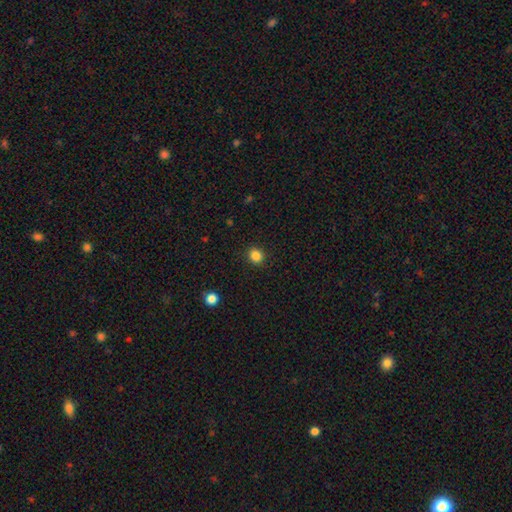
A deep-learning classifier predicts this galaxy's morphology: This is clearly a smooth galaxy (85%). How rounded: clearly round (81%). Merging: clearly none (91%).